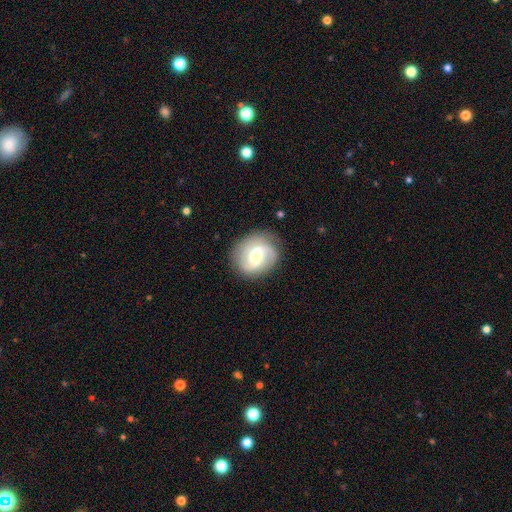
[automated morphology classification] This is likely a featured or disk galaxy (70%). It is clearly not viewed edge-on (97%). Bar: possibly weak (51%). Spiral arm pattern: clearly yes (91%). Spiral arm count: likely 2 (65%). Spiral winding: marginally medium (44%). Central bulge: possibly moderate (52%). Merging: likely none (76%).